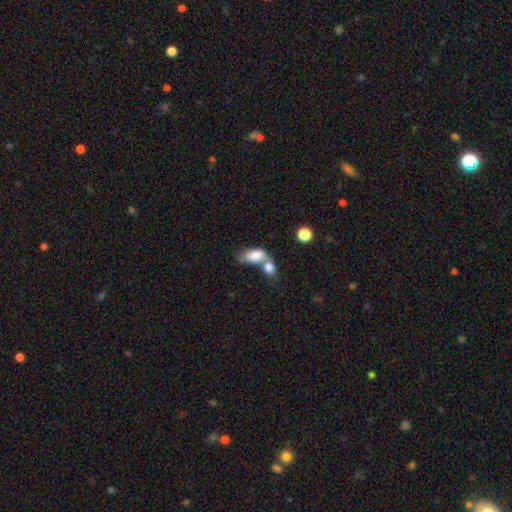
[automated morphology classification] Q: Smooth or featured?
A: smooth (77%); runner-up: featured or disk (16%)
Q: How rounded?
A: in between (88%); runner-up: round (8%)
Q: Merging?
A: merger (67%); runner-up: none (18%)